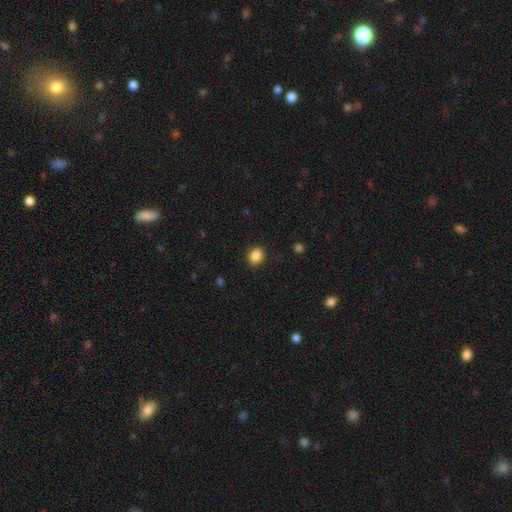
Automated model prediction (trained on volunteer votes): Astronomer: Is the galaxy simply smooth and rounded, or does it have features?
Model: smooth — 87%.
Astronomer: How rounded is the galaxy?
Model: round — 57% (runner-up: in between, 42%).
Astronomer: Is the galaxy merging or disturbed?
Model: none — 90%.